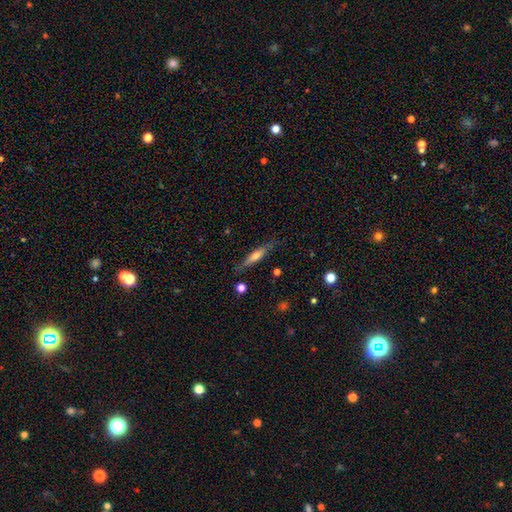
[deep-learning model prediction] featured or disk 55%, smooth 38%, star or artifact 7%. Down the decision tree: edge-on disk — yes (93%); edge-on bulge — rounded (74%); merging — none (82%).